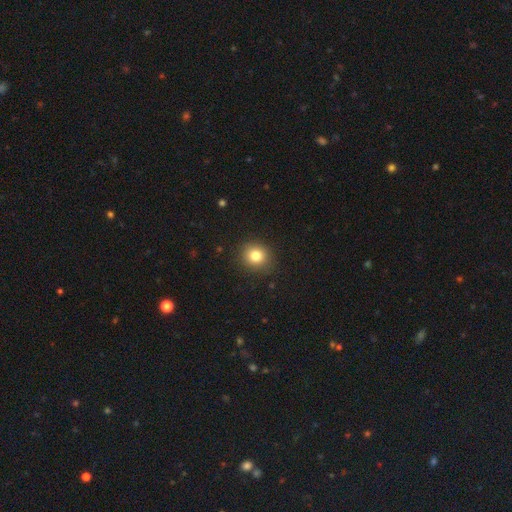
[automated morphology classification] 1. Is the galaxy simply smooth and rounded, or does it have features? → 82% smooth, 11% star or artifact, 7% featured or disk.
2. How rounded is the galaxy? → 83% round, 16% in between, 1% cigar-shaped.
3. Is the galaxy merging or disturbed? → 89% none, 8% minor disturbance, 2% major disturbance, 1% merger.